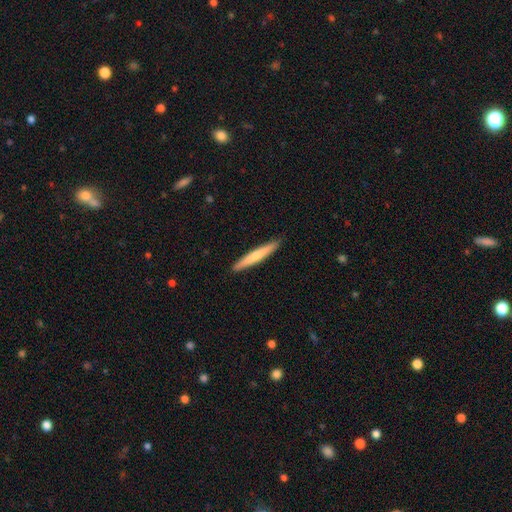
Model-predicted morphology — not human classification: Q: Smooth or featured?
A: smooth (63%); runner-up: featured or disk (32%)
Q: How rounded?
A: cigar-shaped (95%); runner-up: in between (3%)
Q: Merging?
A: none (92%); runner-up: minor disturbance (6%)